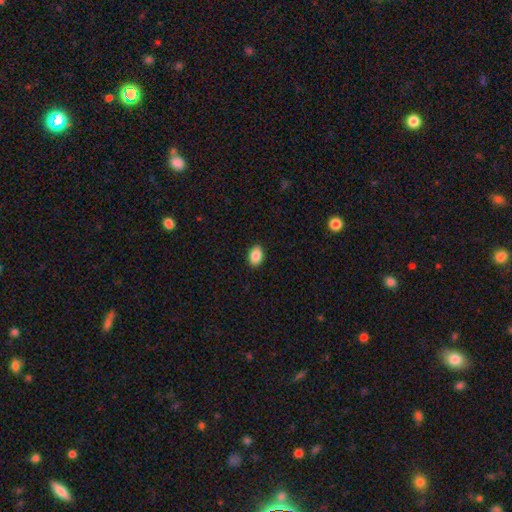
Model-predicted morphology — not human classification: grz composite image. It shows a smooth galaxy with no disk features (88%) that is in between round and cigar-shaped (84%). Merging: none (90%).